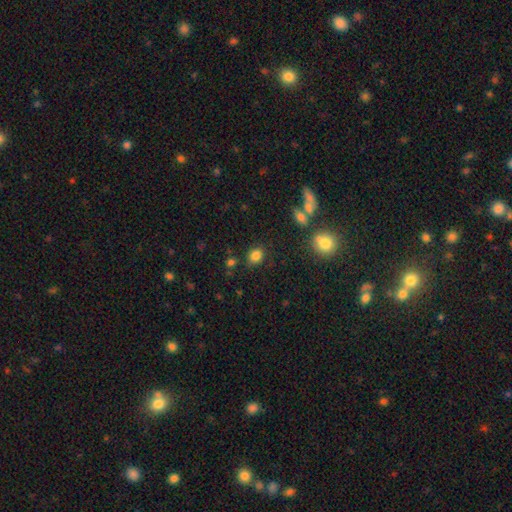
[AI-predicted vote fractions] Morphology: type=smooth (82%); roundness=in between (51%); merging=none (79%).